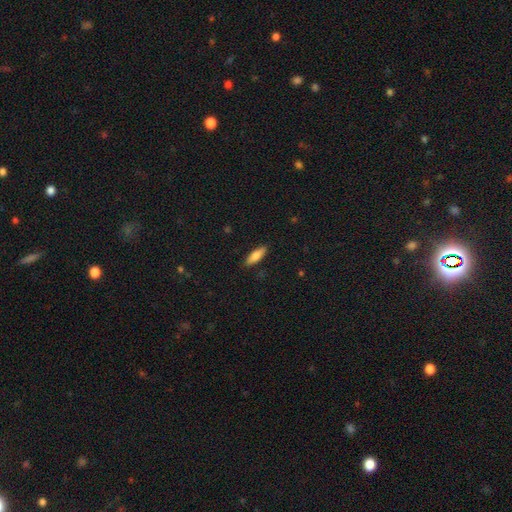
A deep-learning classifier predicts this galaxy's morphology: type=smooth (72%); roundness=cigar-shaped (53%); merging=none (89%).